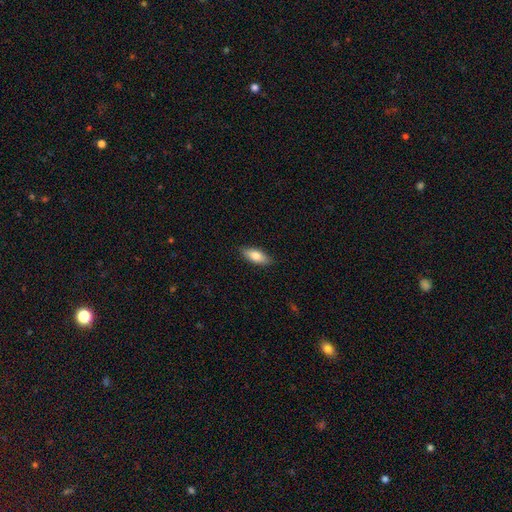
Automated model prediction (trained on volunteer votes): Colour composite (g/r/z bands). It shows a smooth galaxy with no disk features (78%) that is in between round and cigar-shaped (76%). Merging: none (87%).